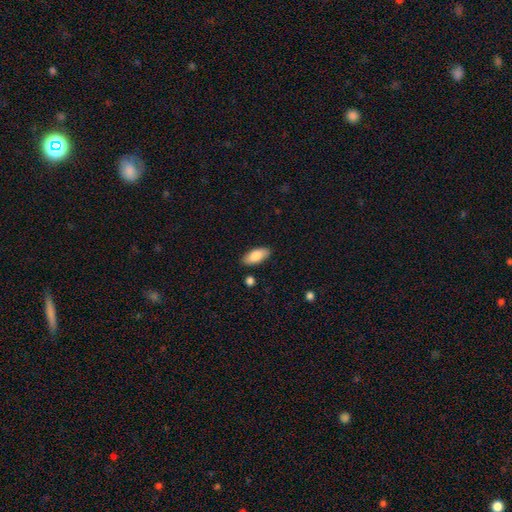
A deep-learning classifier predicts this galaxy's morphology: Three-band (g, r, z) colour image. It shows a smooth galaxy with no disk features (85%) that is in between round and cigar-shaped (89%). Merging: none (87%).